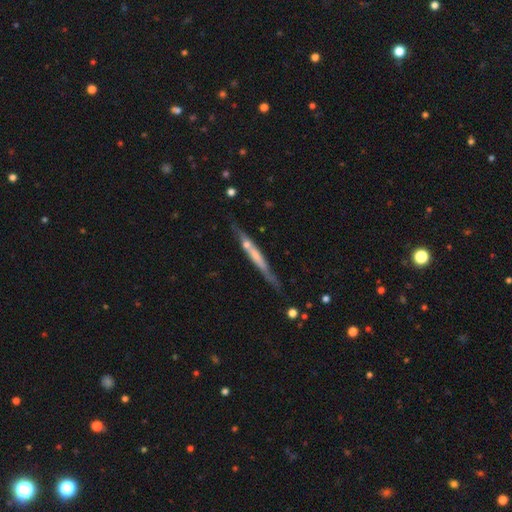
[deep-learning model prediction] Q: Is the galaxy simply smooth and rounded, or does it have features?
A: featured or disk — 59%.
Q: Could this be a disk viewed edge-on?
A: yes — 93%.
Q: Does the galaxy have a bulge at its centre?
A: none — 55%.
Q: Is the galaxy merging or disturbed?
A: none — 68%.